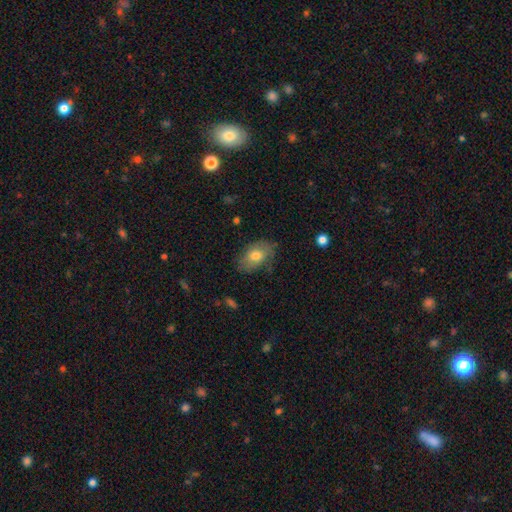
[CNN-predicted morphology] This appears to be a smooth galaxy with no disk features (70%) that is in between round and cigar-shaped (88%). Merging: none (71%).